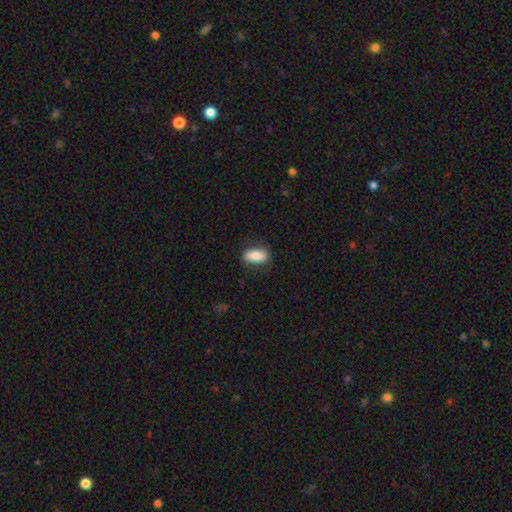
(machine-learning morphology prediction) Overall: smooth (78%). How rounded: in between (88%). Merging: none (79%).